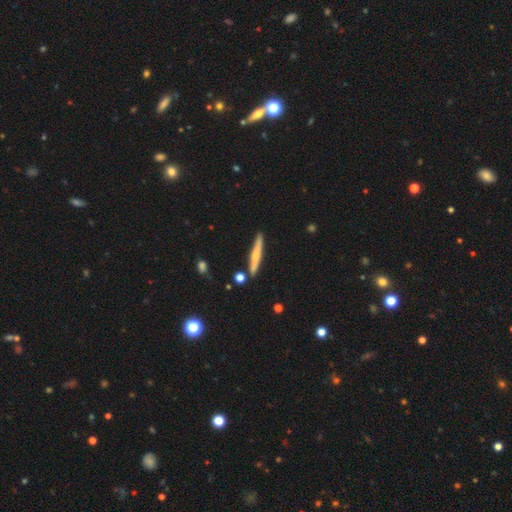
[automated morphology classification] Smooth or featured: smooth — 49% (featured or disk — 45%)
Merging: none — 86% (minor disturbance — 9%)